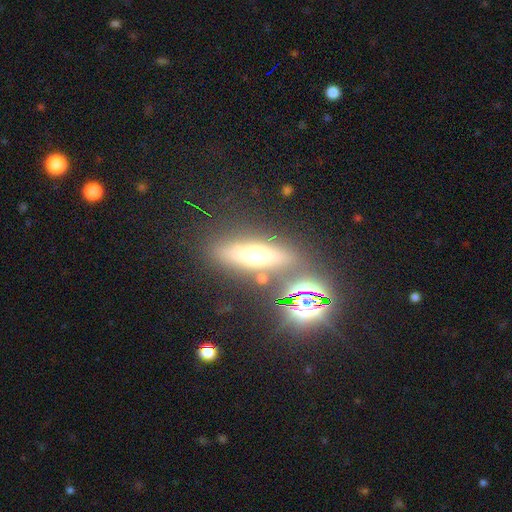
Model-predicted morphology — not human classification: Smooth or featured? smooth (38%)
Merging? none (79%)